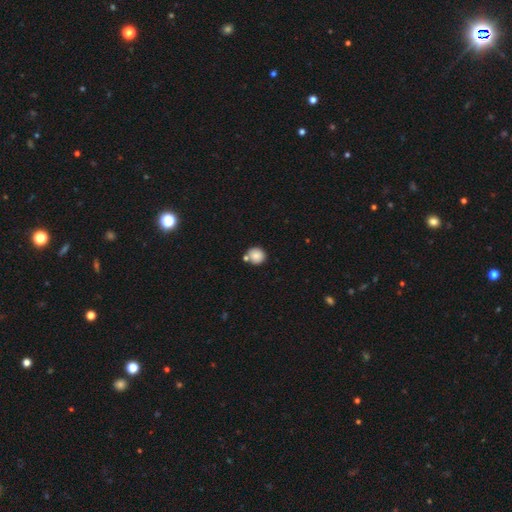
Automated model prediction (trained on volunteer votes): Q: Smooth or featured?
A: smooth (84%); runner-up: star or artifact (9%)
Q: How rounded?
A: round (90%); runner-up: in between (9%)
Q: Merging?
A: none (67%); runner-up: merger (19%)